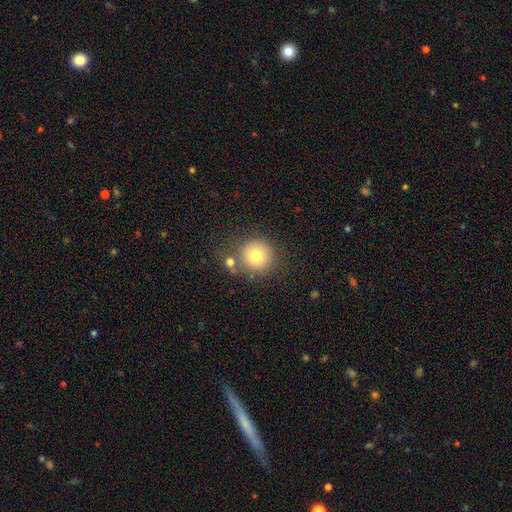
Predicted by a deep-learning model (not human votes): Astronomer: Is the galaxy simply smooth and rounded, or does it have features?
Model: smooth — 79%.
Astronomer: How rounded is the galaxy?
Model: round — 93%.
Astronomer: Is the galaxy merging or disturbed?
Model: none — 72%.